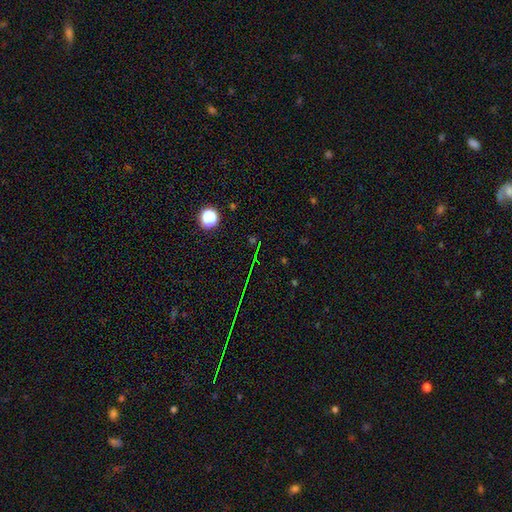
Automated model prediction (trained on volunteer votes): Morphology: type=star or artifact (74%).